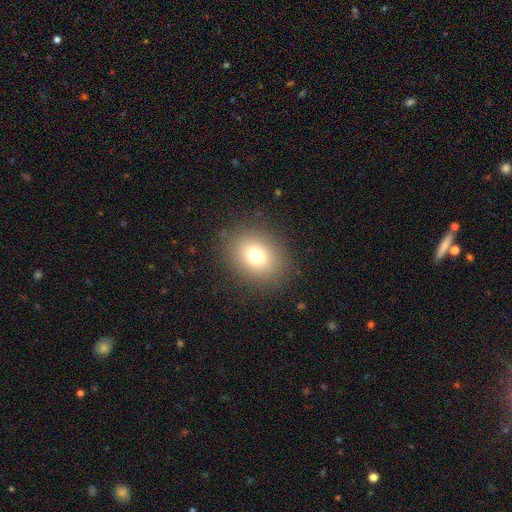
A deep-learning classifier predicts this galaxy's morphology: smooth 74%, star or artifact 15%, featured or disk 11%. Down the decision tree: how rounded — round (52%); merging — none (86%).